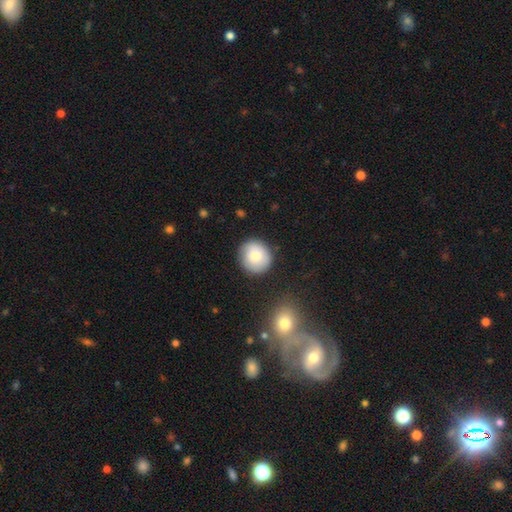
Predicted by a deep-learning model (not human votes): smooth_or_featured: smooth (p=0.78) [alt: featured or disk p=0.14]
how_rounded: round (p=0.91) [alt: in between p=0.08]
merging: none (p=0.84) [alt: minor disturbance p=0.11]